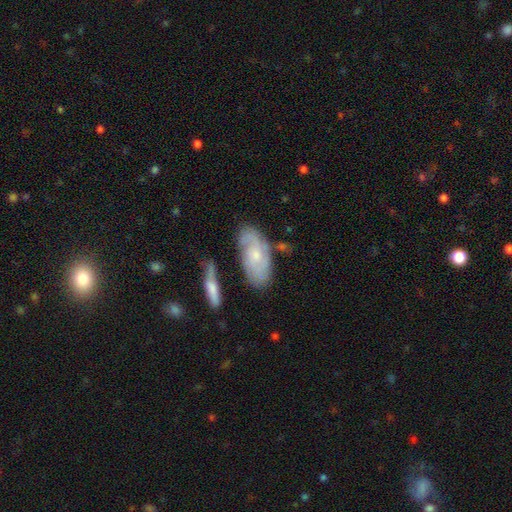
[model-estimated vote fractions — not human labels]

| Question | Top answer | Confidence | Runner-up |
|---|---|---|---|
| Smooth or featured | featured or disk | 61% | smooth (33%) |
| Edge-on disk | no | 90% | yes (10%) |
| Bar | no | 74% | weak (23%) |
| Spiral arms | yes | 83% | no (17%) |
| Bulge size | small | 61% | moderate (32%) |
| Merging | none | 69% | minor disturbance (20%) |